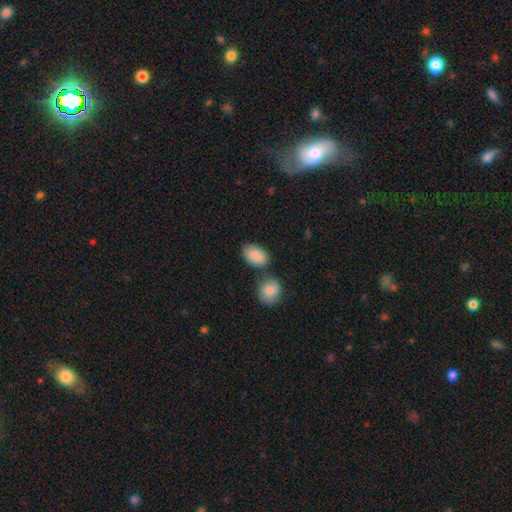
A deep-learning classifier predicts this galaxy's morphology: smooth 89%, star or artifact 6%, featured or disk 4%. Down the decision tree: how rounded — in between (90%); merging — none (68%).